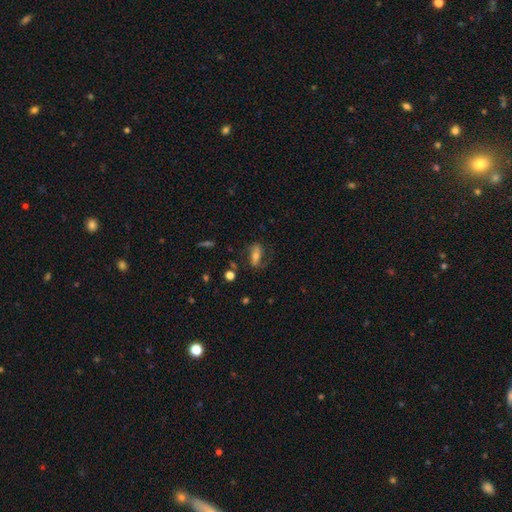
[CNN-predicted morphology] smooth-or-featured: smooth: 49% | featured or disk: 41% | star or artifact: 10%
  merging: none: 62% | minor disturbance: 21% | major disturbance: 14% | merger: 3%